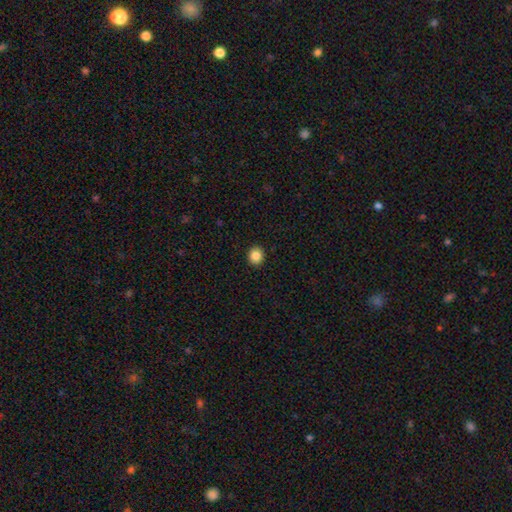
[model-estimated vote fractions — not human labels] A smooth galaxy with no disk features (86%) that is round (81%). Merging: none (93%).